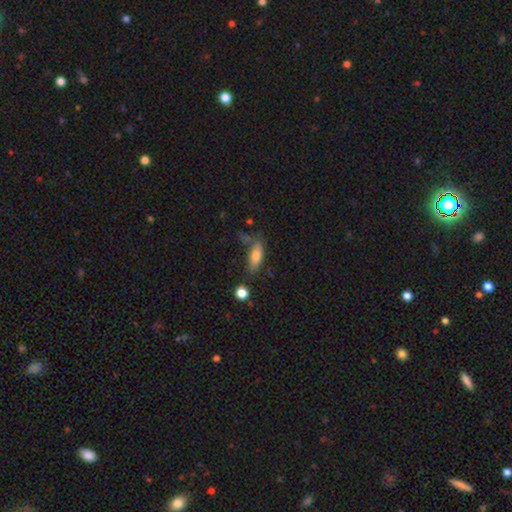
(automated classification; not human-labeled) Smooth or featured?
  - smooth: 75% *
  - featured or disk: 16%
  - star or artifact: 9%
How rounded?
  - in between: 67% *
  - cigar-shaped: 30%
  - round: 3%
Merging?
  - none: 54% *
  - minor disturbance: 25%
  - major disturbance: 13%
  - merger: 9%